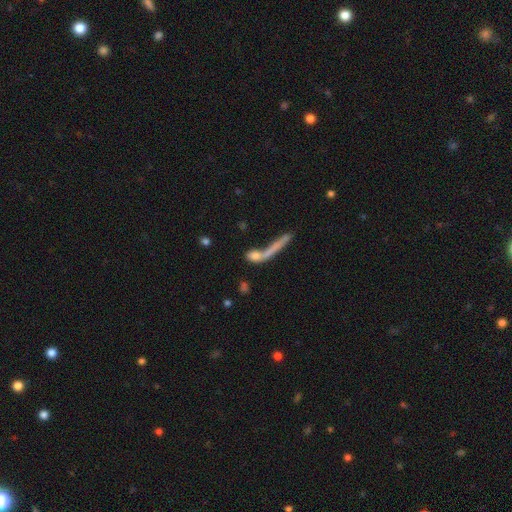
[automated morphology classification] smooth 63%, featured or disk 26%, star or artifact 11%. Down the decision tree: how rounded — cigar-shaped (51%); merging — merger (37%).